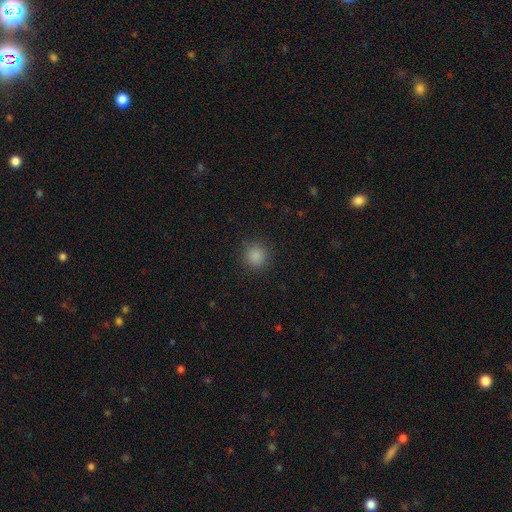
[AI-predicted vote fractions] Q: Smooth or featured?
A: smooth (86%); runner-up: star or artifact (12%)
Q: How rounded?
A: round (93%); runner-up: in between (6%)
Q: Merging?
A: none (90%); runner-up: minor disturbance (6%)